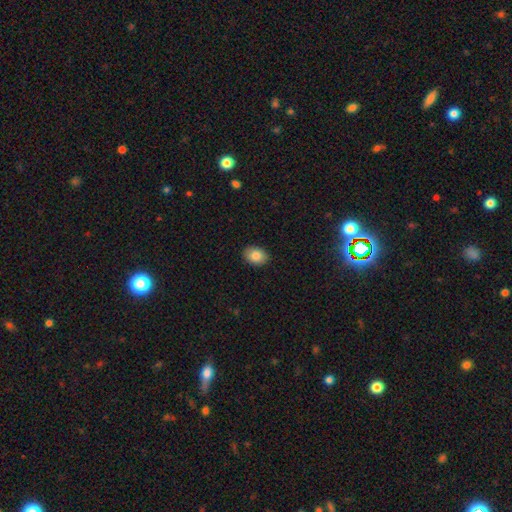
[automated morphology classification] type=smooth (85%); roundness=in between (74%); merging=none (90%).